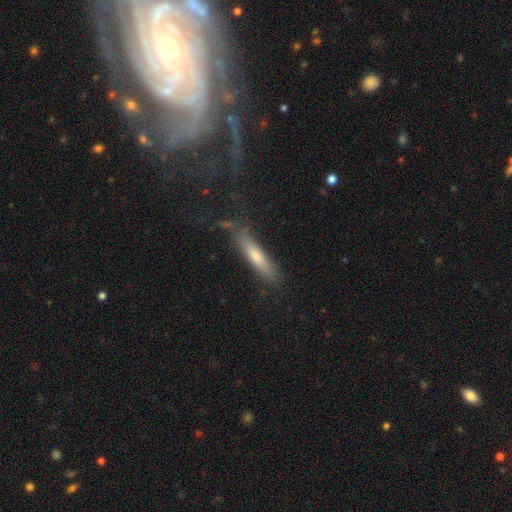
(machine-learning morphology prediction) A smooth galaxy with no disk features (64%) that is cigar-shaped (86%). Merging: none (77%).